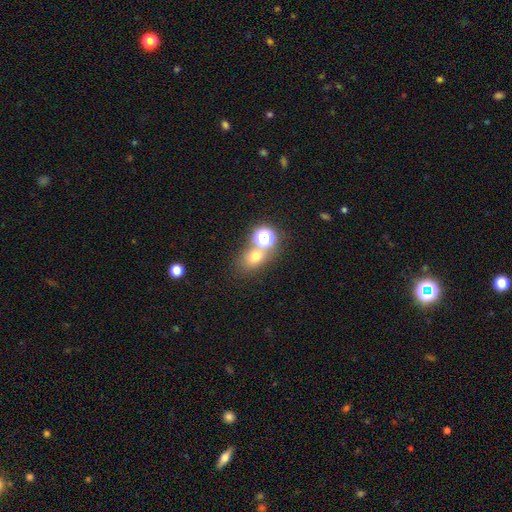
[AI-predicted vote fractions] Smooth or featured?
  - smooth: 66% *
  - star or artifact: 23%
  - featured or disk: 11%
How rounded?
  - round: 59% *
  - in between: 40%
  - cigar-shaped: 1%
Merging?
  - none: 56% *
  - merger: 29%
  - minor disturbance: 10%
  - major disturbance: 5%